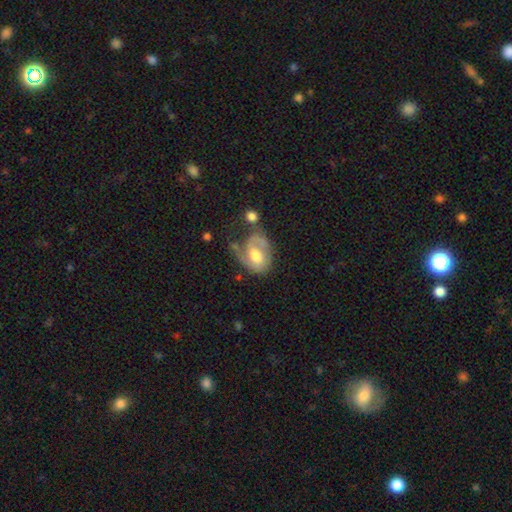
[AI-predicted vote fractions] Smooth or featured? featured or disk (68%)
Edge-on disk? no (97%)
Bar? no (51%)
Spiral arms? yes (83%)
Spiral winding? medium (41%)
Spiral arm count? 2 (46%)
Bulge size? moderate (65%)
Merging? none (35%)